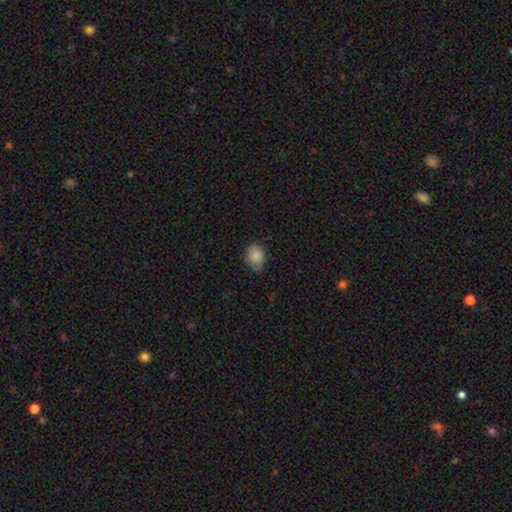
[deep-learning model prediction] Smooth or featured: smooth — 86% (star or artifact — 8%)
How rounded: in between — 58% (round — 41%)
Merging: none — 73% (minor disturbance — 23%)